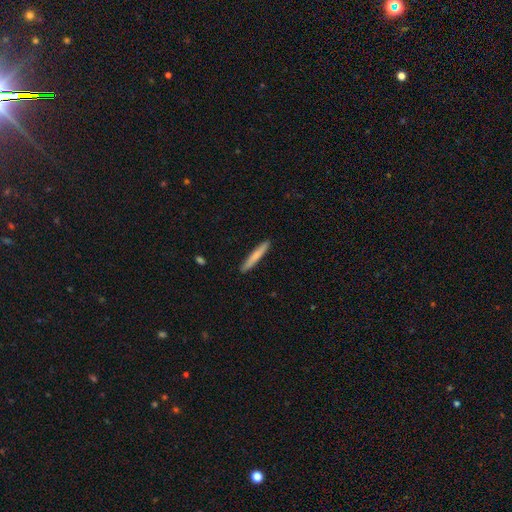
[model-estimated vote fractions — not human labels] Smooth or featured: smooth — 71% (featured or disk — 24%)
How rounded: cigar-shaped — 95% (in between — 3%)
Merging: none — 91% (minor disturbance — 6%)